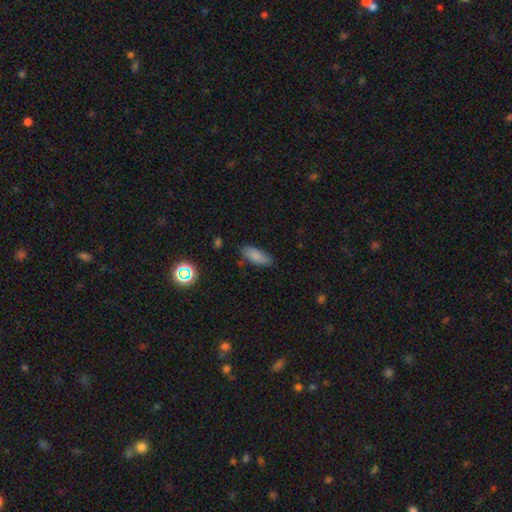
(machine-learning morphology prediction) smooth_or_featured: smooth (p=0.82) [alt: featured or disk p=0.09]
how_rounded: in between (p=0.79) [alt: cigar-shaped p=0.18]
merging: none (p=0.75) [alt: minor disturbance p=0.20]